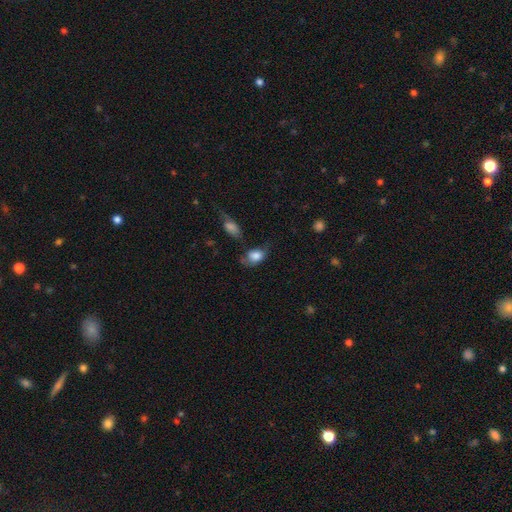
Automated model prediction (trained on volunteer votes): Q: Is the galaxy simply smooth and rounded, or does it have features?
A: smooth — 79%.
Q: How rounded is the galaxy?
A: in between — 80%.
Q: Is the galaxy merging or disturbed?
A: none — 38%.